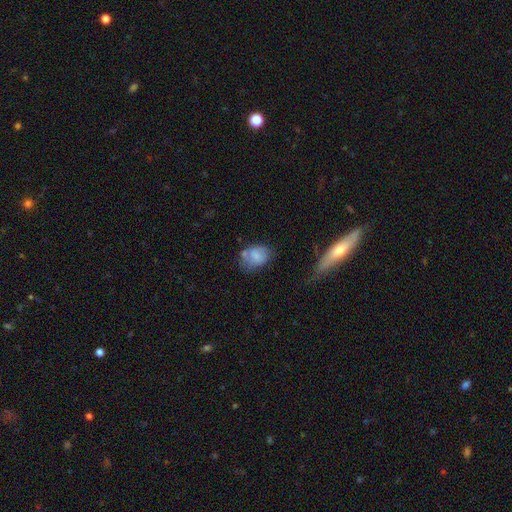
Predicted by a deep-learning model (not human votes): Morphology: type=smooth (72%); roundness=in between (70%); merging=none (47%).